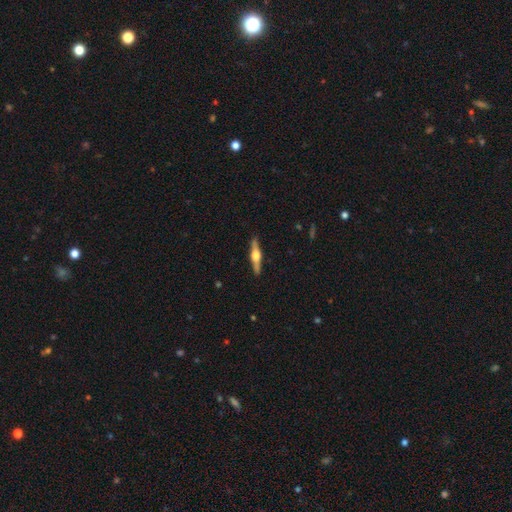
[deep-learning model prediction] Overall: featured or disk (72%). Edge-on disk: yes (97%). Edge-on bulge: rounded (94%). Merging: none (91%).